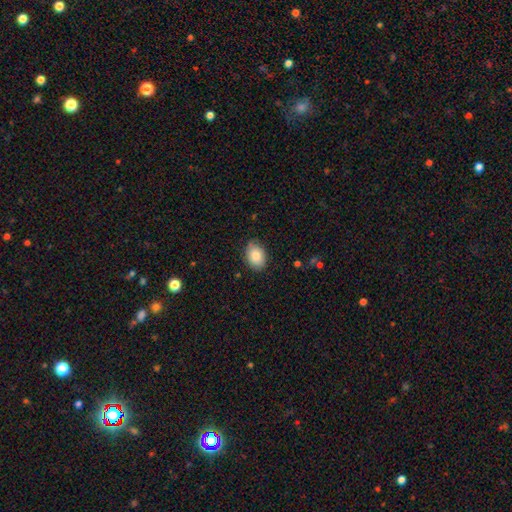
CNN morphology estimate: Smooth or featured? Predicted: smooth (p=0.84). How rounded? Predicted: in between (p=0.77). Merging? Predicted: none (p=0.79).